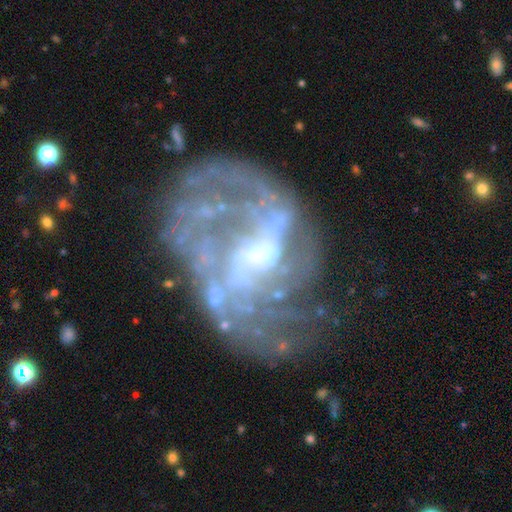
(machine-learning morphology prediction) Overall: featured or disk (84%). Edge-on disk: no (98%). Bar: weak (43%; no 38%). Spiral arms: yes (79%). Spiral arm count: 2 (36%; can't tell 32%). Spiral winding: medium (39%; loose 37%). Bulge size: small (43%; none 29%). Merging: none (47%; major disturbance 29%).